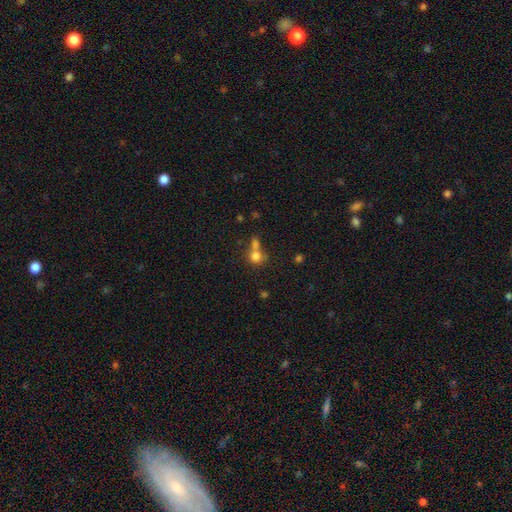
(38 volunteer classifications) A smooth galaxy with no disk features (89%) that is round (79%).

Vote fractions:
- Smooth or featured? smooth: 89% / featured or disk: 11% / star or artifact: 0%
- How rounded? round: 79% / in between: 21% / cigar-shaped: 0%
- Merging? merger: 55% / none: 29% / minor disturbance: 11% / major disturbance: 5%